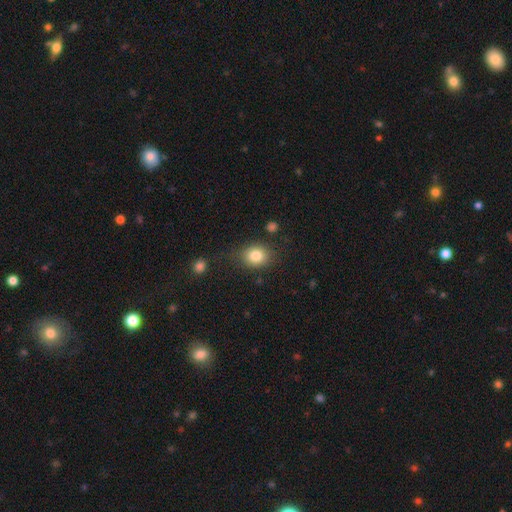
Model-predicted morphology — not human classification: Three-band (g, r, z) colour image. It shows a smooth galaxy with no disk features (83%) that is round (58%). Merging: none (76%).